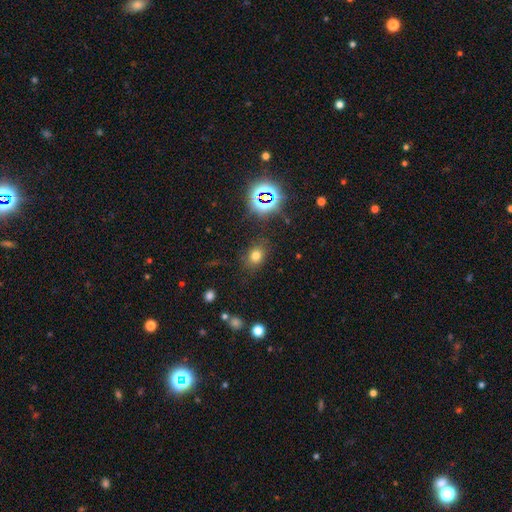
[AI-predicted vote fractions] A smooth galaxy with no disk features (69%) that is round (52%).

Vote fractions:
- Smooth or featured? smooth: 69% / star or artifact: 22% / featured or disk: 8%
- How rounded? round: 52% / in between: 47% / cigar-shaped: 1%
- Merging? none: 81% / minor disturbance: 12% / major disturbance: 5% / merger: 2%